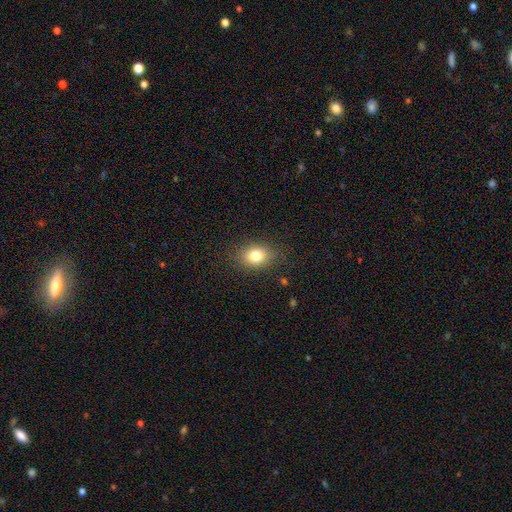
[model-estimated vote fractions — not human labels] Smooth or featured? Predicted: smooth (p=0.80). How rounded? Predicted: in between (p=0.64). Merging? Predicted: none (p=0.85).